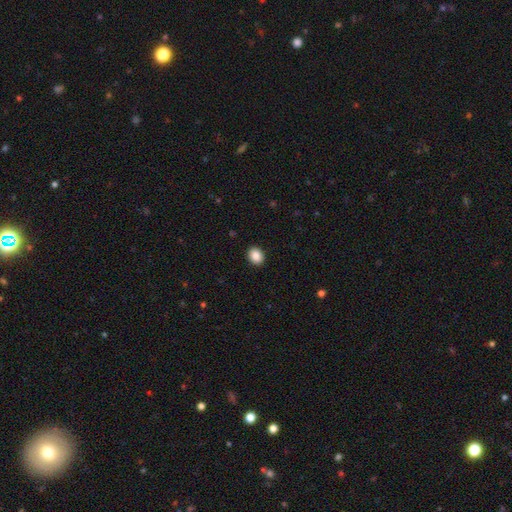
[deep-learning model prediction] This is clearly a smooth galaxy (88%). How rounded: possibly in between (51%). Merging: clearly none (92%).